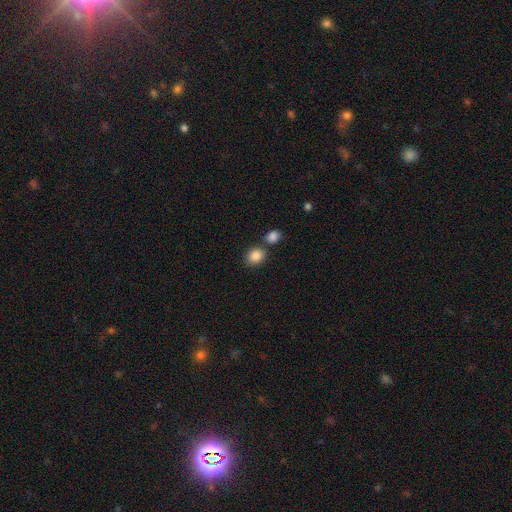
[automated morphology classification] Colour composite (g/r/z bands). It shows a smooth galaxy with no disk features (87%) that is round (53%). Merging: none (62%).